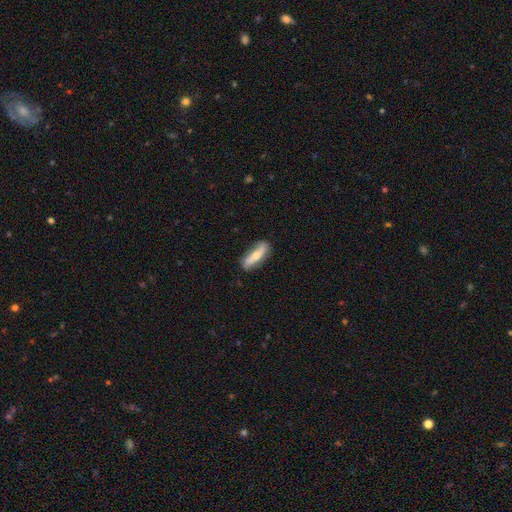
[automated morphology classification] This appears to be a featured or disk galaxy (53%) viewed edge-on (54%). Merging: none (82%).